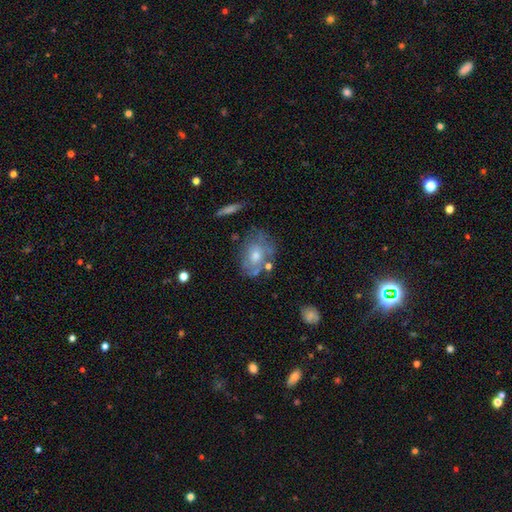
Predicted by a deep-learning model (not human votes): A featured or disk galaxy (49%). Merging: none (59%).